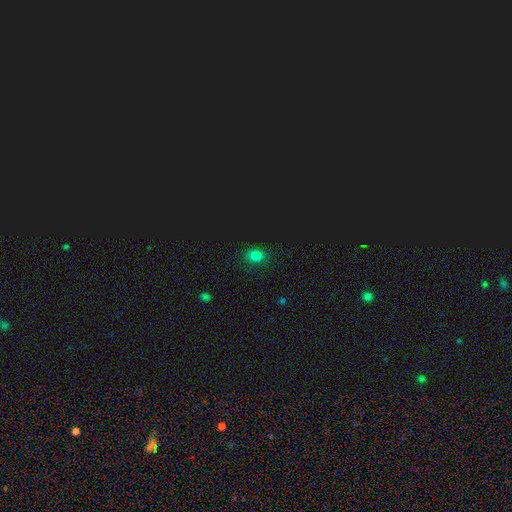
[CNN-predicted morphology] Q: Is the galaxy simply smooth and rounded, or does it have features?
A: smooth — 72%.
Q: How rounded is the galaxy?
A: in between — 56%.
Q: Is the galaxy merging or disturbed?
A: none — 83%.